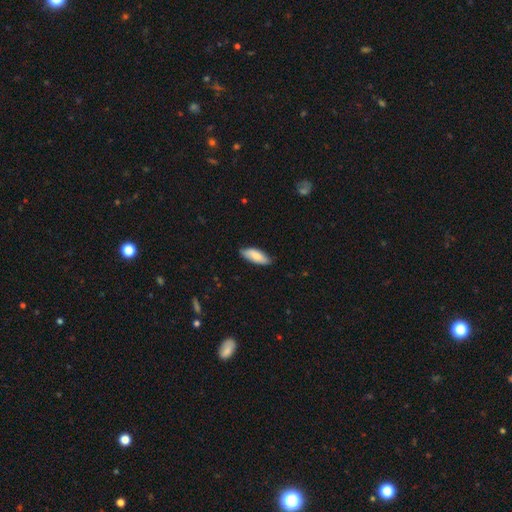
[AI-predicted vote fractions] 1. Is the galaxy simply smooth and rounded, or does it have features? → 80% smooth, 15% featured or disk, 5% star or artifact.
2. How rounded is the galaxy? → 74% in between, 24% cigar-shaped, 2% round.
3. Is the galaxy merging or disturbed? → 83% none, 14% minor disturbance, 2% major disturbance, 1% merger.